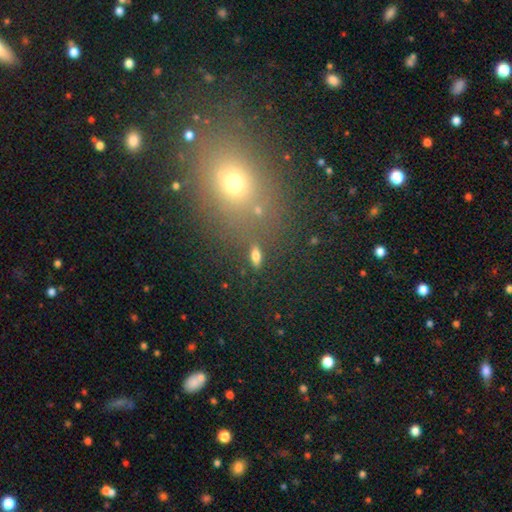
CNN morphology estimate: The model was most divided on "how rounded": in between: 78%, cigar-shaped: 16%, round: 6%. More confident: merging — none (81%); smooth or featured — smooth (76%).